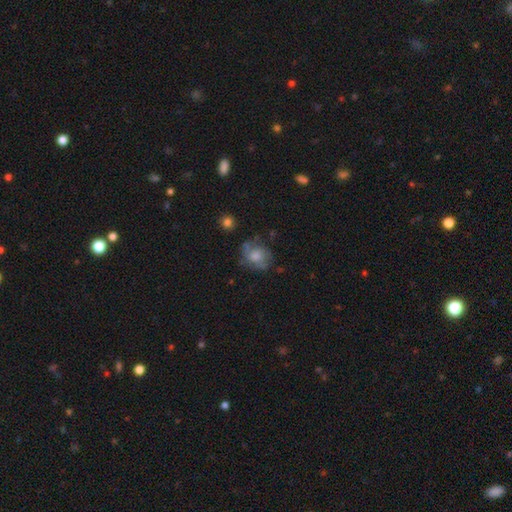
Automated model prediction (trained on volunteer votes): This appears to be a smooth galaxy with no disk features (54%) that is round (56%). Merging: none (52%).